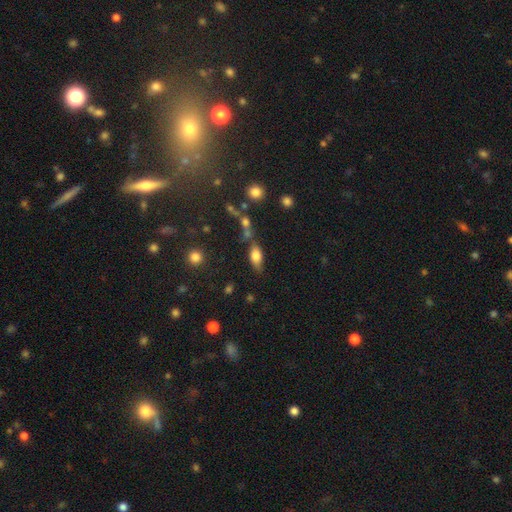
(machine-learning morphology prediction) This appears to be a smooth galaxy with no disk features (74%) that is in between round and cigar-shaped (84%). Merging: none (59%).